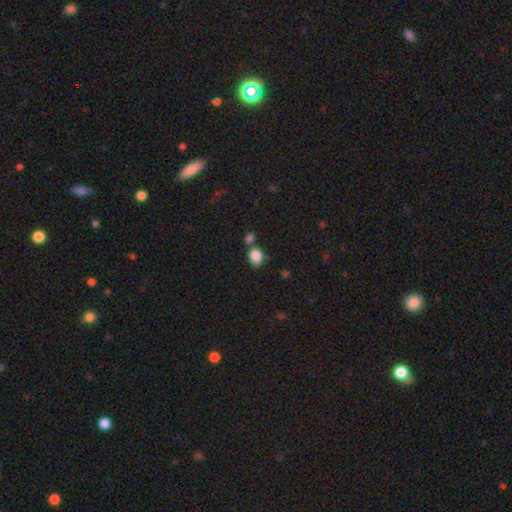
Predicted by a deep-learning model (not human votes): The model was most divided on "merging": none: 56%, merger: 25%, minor disturbance: 15%, major disturbance: 4%. More confident: smooth or featured — smooth (86%); how rounded — in between (67%).